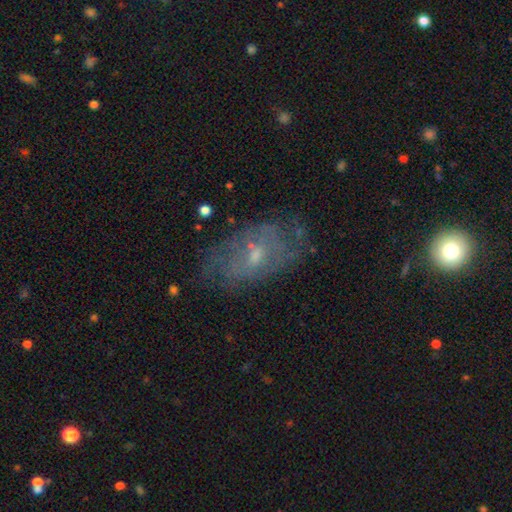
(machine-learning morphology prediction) Smooth or featured? featured or disk (59%)
Edge-on disk? no (93%)
Bar? no (60%)
Spiral arms? yes (52%)
Bulge size? small (55%)
Merging? none (63%)